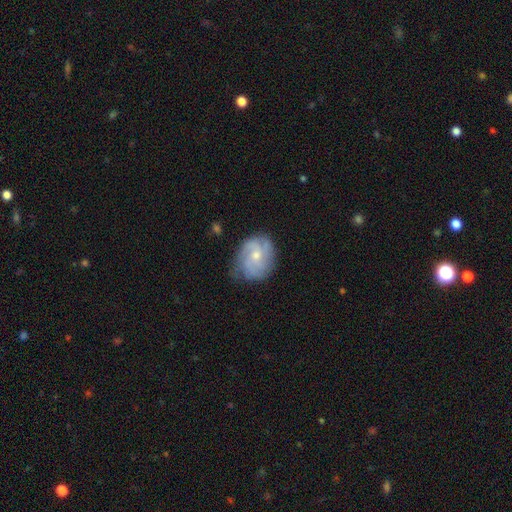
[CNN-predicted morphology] type=featured or disk (74%); edge-on=no (98%); bar=no (69%); spiral arms=yes (92%); winding=tight (48%); arm count=3 (30%); bulge=small (50%); merging=none (69%).